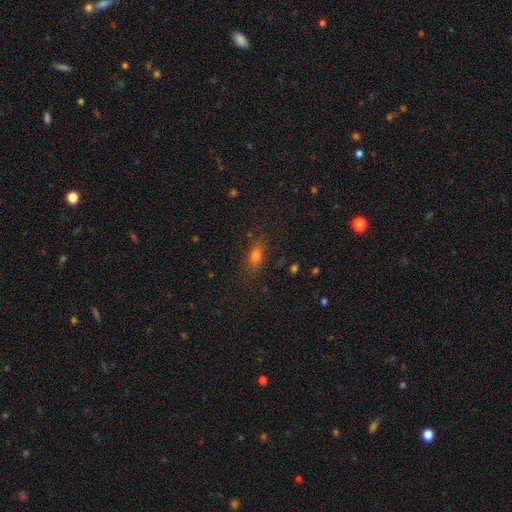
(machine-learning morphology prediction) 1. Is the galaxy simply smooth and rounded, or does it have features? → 72% smooth, 17% star or artifact, 11% featured or disk.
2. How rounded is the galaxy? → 71% in between, 17% round, 12% cigar-shaped.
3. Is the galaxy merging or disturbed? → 82% none, 13% minor disturbance, 4% major disturbance, 2% merger.